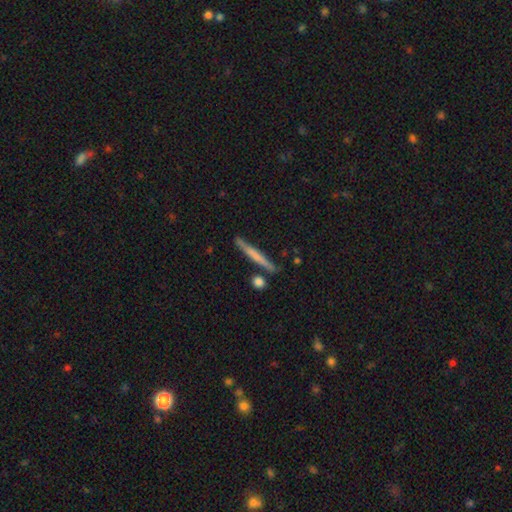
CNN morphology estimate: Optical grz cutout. It shows a smooth galaxy with no disk features (53%) that is cigar-shaped (95%). Merging: none (83%).